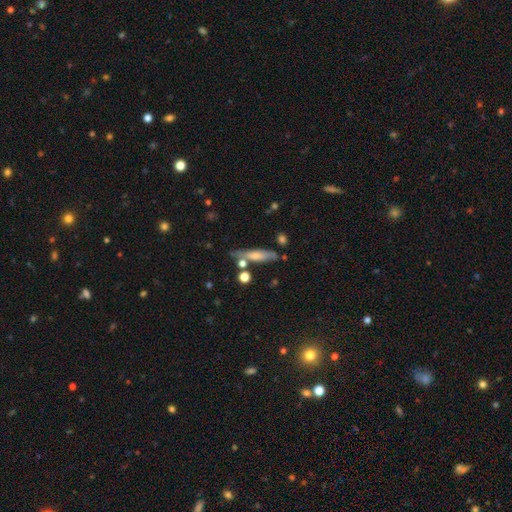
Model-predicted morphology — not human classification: The model was most divided on "smooth or featured": smooth: 66%, featured or disk: 26%, star or artifact: 8%. More confident: how rounded — cigar-shaped (71%); merging — none (61%).